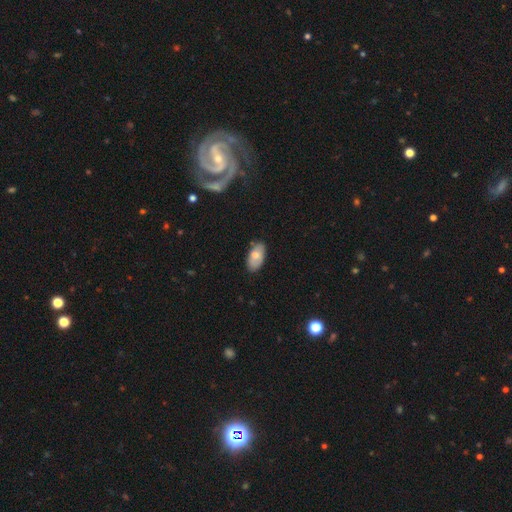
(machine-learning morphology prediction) Overall: smooth (66%; featured or disk 27%). How rounded: in between (94%). Merging: none (78%).